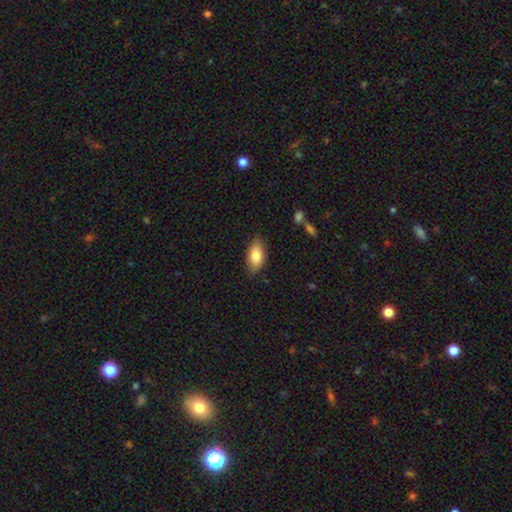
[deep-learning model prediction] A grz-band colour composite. It shows a smooth galaxy with no disk features (81%) that is in between round and cigar-shaped (90%). Merging: none (83%).